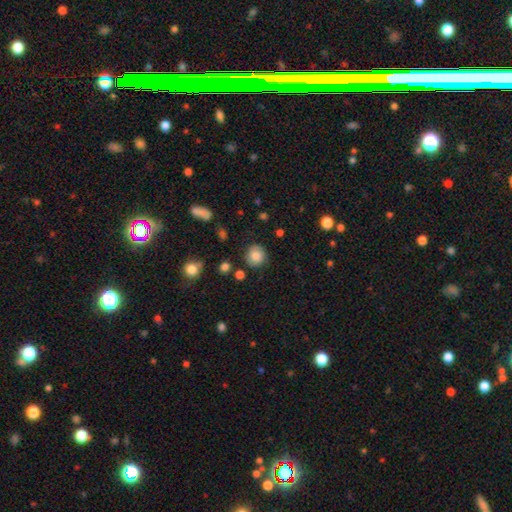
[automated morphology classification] This is likely a smooth galaxy (77%). How rounded: clearly round (84%). Merging: clearly none (81%).